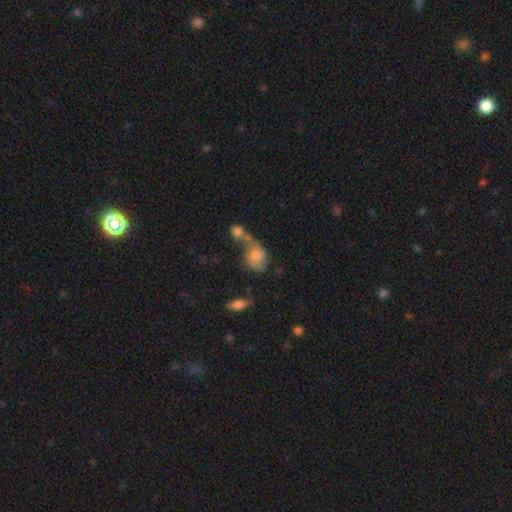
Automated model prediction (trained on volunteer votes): This is likely a smooth galaxy (67%). How rounded: possibly in between (56%). Merging: marginally merger (43%).